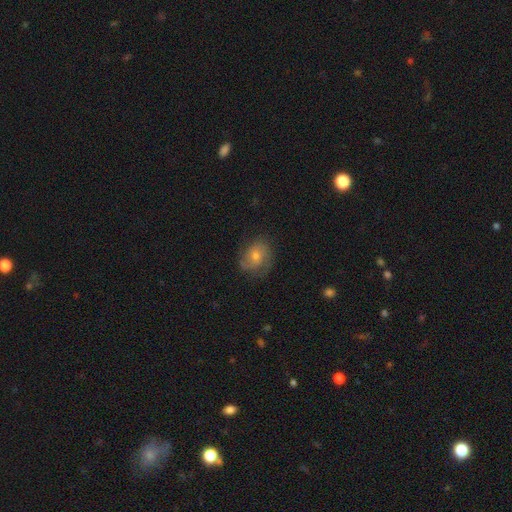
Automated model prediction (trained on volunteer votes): smooth-or-featured: featured or disk: 54% | smooth: 35% | star or artifact: 11%
  disk-edge-on: no: 96% | yes: 4%
    bar: no: 72% | weak: 24% | strong: 4%
    has-spiral-arms: yes: 85% | no: 15%
    bulge-size: moderate: 52% | small: 41% | large: 3% | none: 2% | dominant: 1%
  merging: none: 71% | minor disturbance: 20% | major disturbance: 8% | merger: 1%